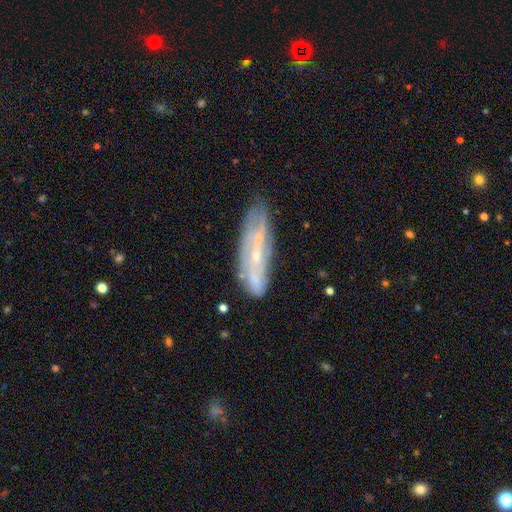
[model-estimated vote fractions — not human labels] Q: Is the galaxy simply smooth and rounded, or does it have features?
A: featured or disk — 69%.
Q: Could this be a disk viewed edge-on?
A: no — 68%.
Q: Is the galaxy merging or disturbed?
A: none — 69%.